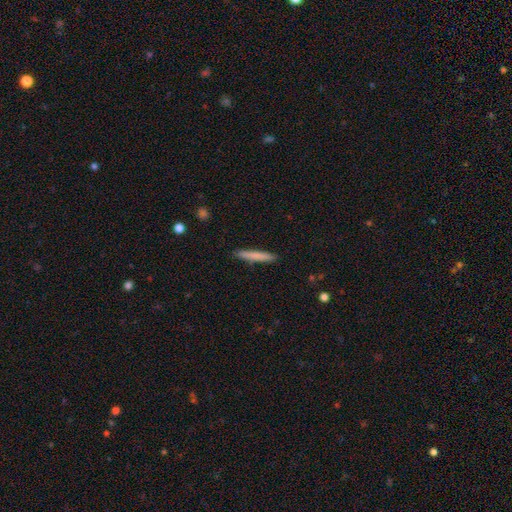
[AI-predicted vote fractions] A smooth galaxy with no disk features (75%) that is cigar-shaped (96%).

Vote fractions:
- Smooth or featured? smooth: 75% / featured or disk: 19% / star or artifact: 6%
- How rounded? cigar-shaped: 96% / in between: 3% / round: 1%
- Merging? none: 90% / minor disturbance: 7% / major disturbance: 2% / merger: 1%